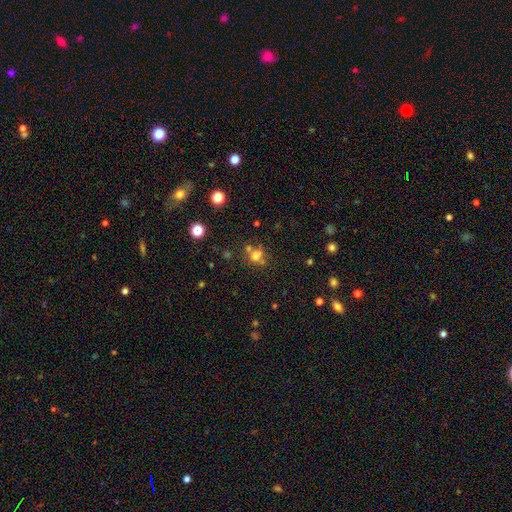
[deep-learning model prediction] Smooth or featured?
  - smooth: 65% *
  - star or artifact: 22%
  - featured or disk: 12%
How rounded?
  - round: 81% *
  - in between: 18%
  - cigar-shaped: 1%
Merging?
  - none: 54% *
  - merger: 29%
  - minor disturbance: 11%
  - major disturbance: 5%